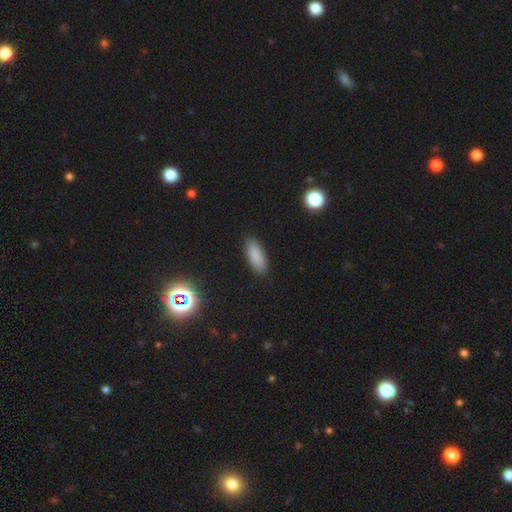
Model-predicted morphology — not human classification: Smooth or featured? Predicted: smooth (p=0.86). How rounded? Predicted: in between (p=0.72). Merging? Predicted: none (p=0.88).